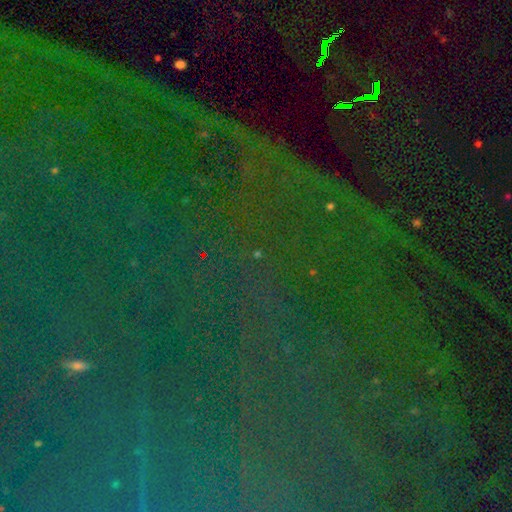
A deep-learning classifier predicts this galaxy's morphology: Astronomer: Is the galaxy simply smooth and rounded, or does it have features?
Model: star or artifact — 85%.